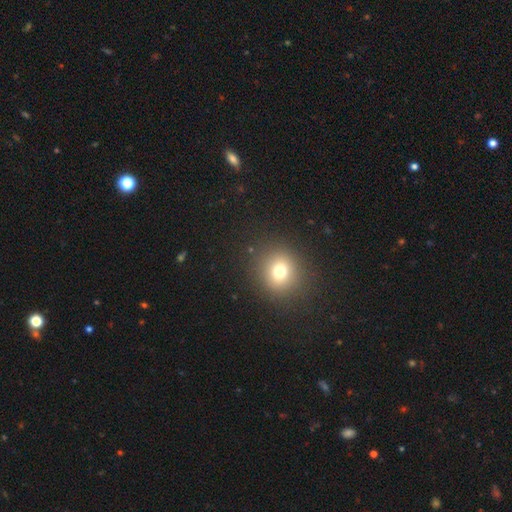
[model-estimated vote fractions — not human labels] Smooth or featured? Predicted: smooth (p=0.67). How rounded? Predicted: round (p=0.84). Merging? Predicted: none (p=0.91).